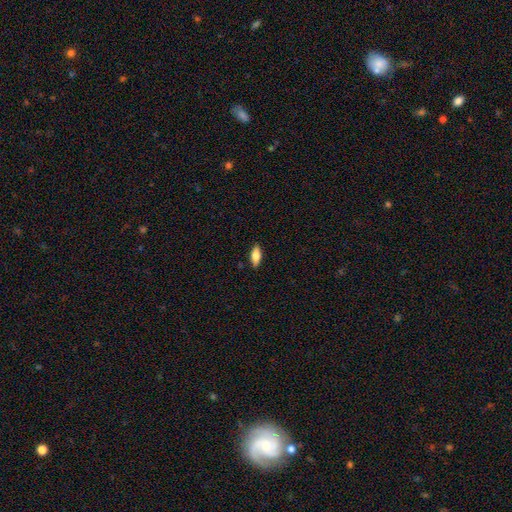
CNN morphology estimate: The model was most divided on "smooth or featured": smooth: 72%, featured or disk: 22%, star or artifact: 7%. More confident: merging — none (88%); how rounded — in between (76%).